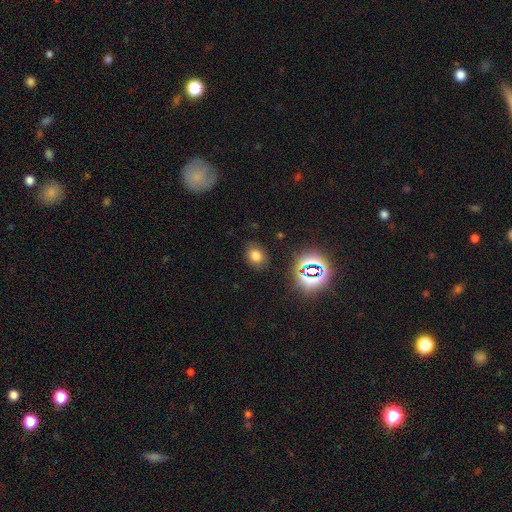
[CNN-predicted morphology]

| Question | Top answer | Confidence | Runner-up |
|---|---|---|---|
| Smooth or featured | smooth | 70% | star or artifact (21%) |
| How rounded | in between | 63% | round (36%) |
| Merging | none | 83% | minor disturbance (11%) |